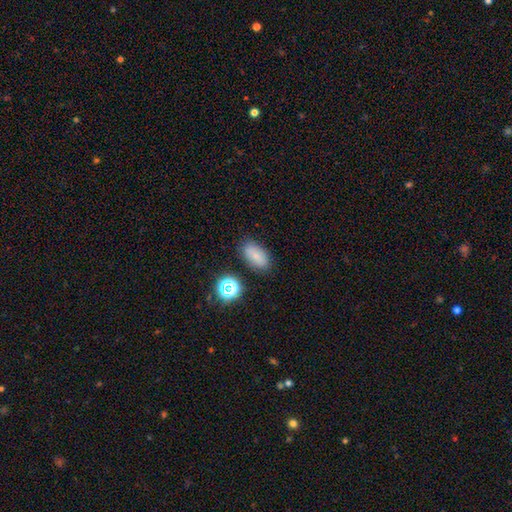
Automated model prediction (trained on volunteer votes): A smooth galaxy with no disk features (70%) that is in between round and cigar-shaped (88%).

Vote fractions:
- Smooth or featured? smooth: 70% / featured or disk: 15% / star or artifact: 15%
- How rounded? in between: 88% / round: 9% / cigar-shaped: 4%
- Merging? none: 80% / minor disturbance: 13% / major disturbance: 4% / merger: 3%